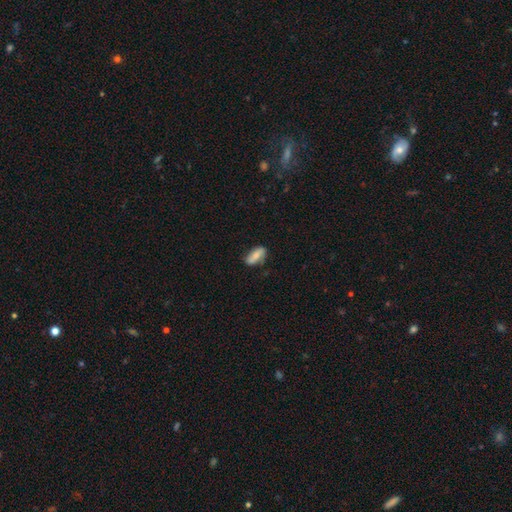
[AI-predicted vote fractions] Smooth or featured: smooth — 65% (featured or disk — 28%)
How rounded: in between — 79% (cigar-shaped — 17%)
Merging: none — 74% (minor disturbance — 20%)